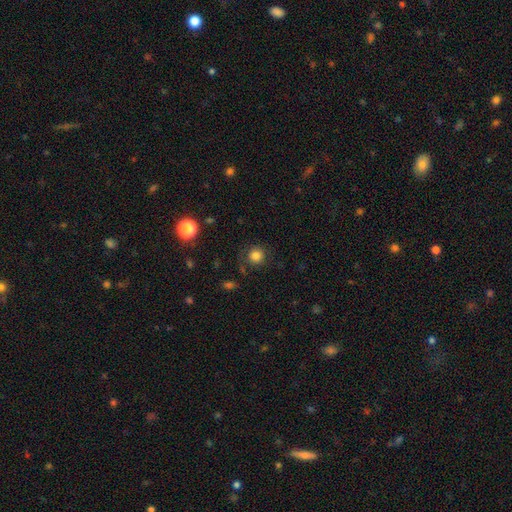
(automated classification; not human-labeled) Overall: smooth (80%). How rounded: round (92%). Merging: none (79%).